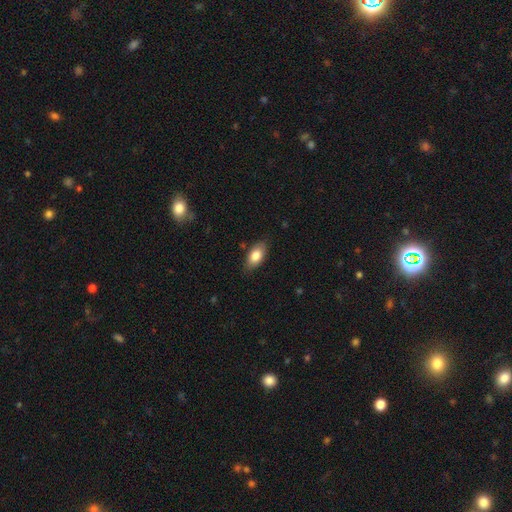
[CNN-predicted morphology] smooth 81%, featured or disk 12%, star or artifact 7%. Down the decision tree: how rounded — in between (90%); merging — none (83%).